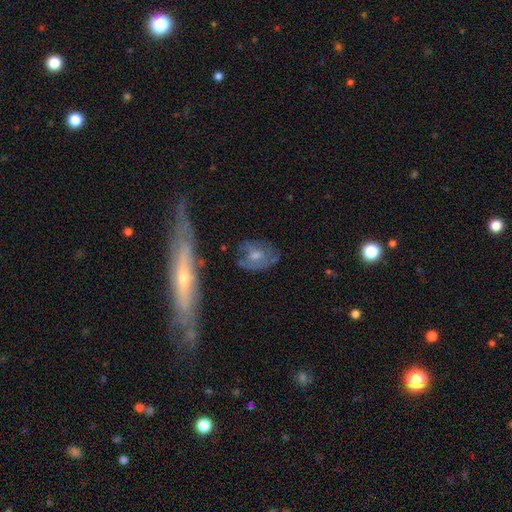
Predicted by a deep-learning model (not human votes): Q: Smooth or featured?
A: featured or disk (54%); runner-up: smooth (37%)
Q: Edge-on disk?
A: no (78%); runner-up: yes (22%)
Q: Merging?
A: none (66%); runner-up: minor disturbance (21%)